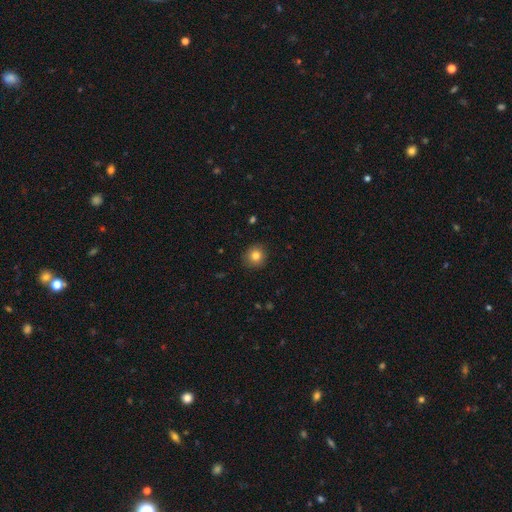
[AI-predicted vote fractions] Smooth or featured?
  - smooth: 81% *
  - star or artifact: 11%
  - featured or disk: 8%
How rounded?
  - round: 91% *
  - in between: 8%
  - cigar-shaped: 1%
Merging?
  - none: 90% *
  - minor disturbance: 7%
  - major disturbance: 2%
  - merger: 1%